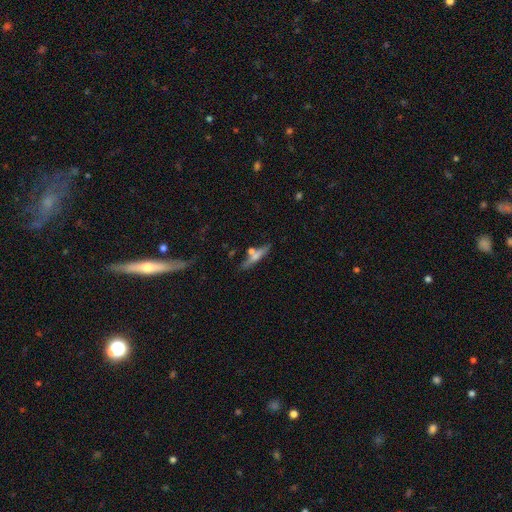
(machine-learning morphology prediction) featured or disk 47%, smooth 43%, star or artifact 9%. Down the decision tree: merging — none (68%).